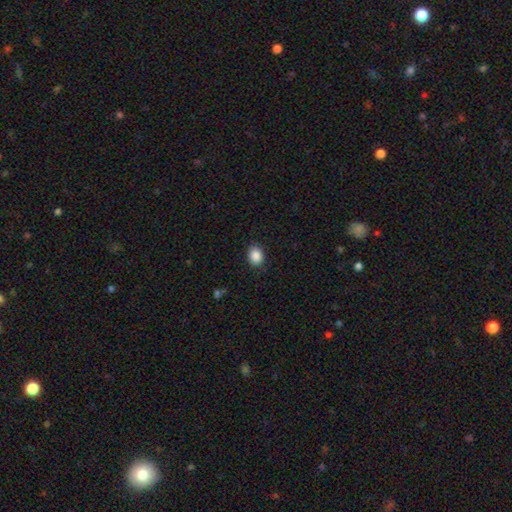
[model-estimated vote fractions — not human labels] smooth-or-featured: smooth: 88% | star or artifact: 8% | featured or disk: 3%
  how-rounded: in between: 56% | round: 43% | cigar-shaped: 1%
  merging: none: 87% | minor disturbance: 9% | major disturbance: 2% | merger: 1%